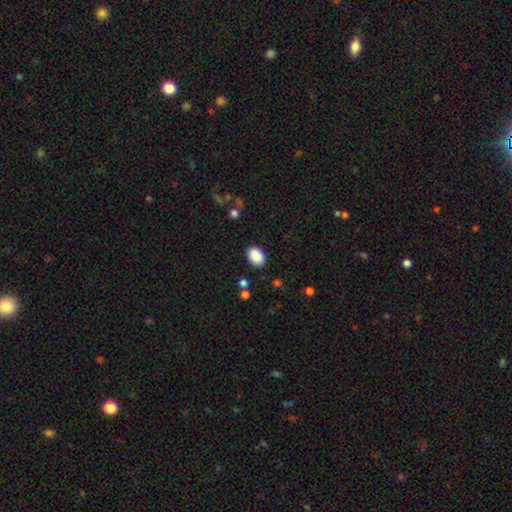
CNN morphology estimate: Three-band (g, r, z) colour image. It shows a smooth galaxy with no disk features (89%) that is in between round and cigar-shaped (85%). Merging: none (87%).